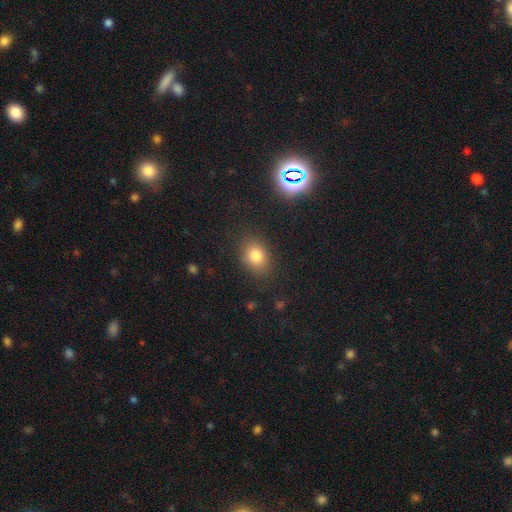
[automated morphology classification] smooth-or-featured: smooth: 80% | star or artifact: 12% | featured or disk: 8%
  how-rounded: in between: 61% | round: 38% | cigar-shaped: 1%
  merging: none: 82% | minor disturbance: 12% | major disturbance: 4% | merger: 2%